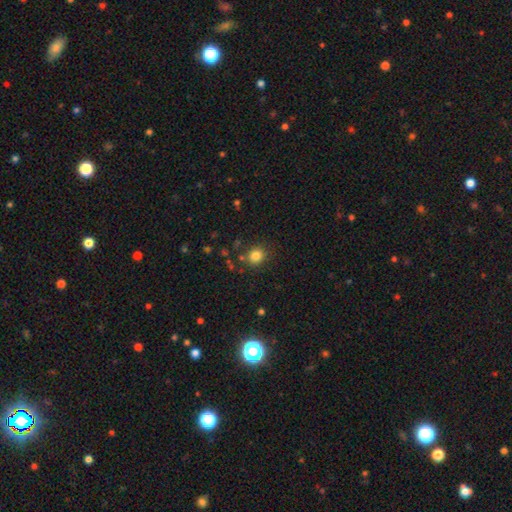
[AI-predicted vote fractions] Smooth or featured? Predicted: smooth (p=0.82). How rounded? Predicted: round (p=0.80). Merging? Predicted: none (p=0.82).